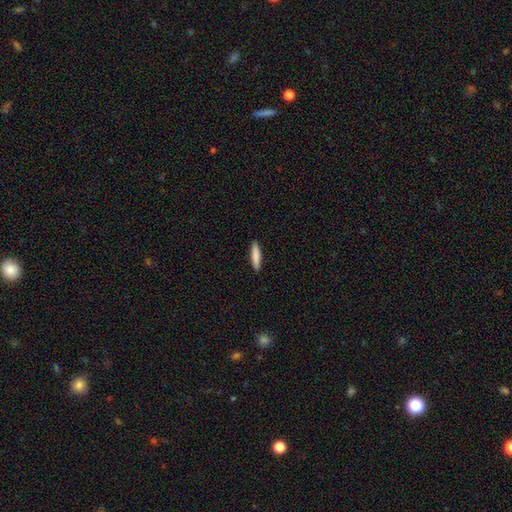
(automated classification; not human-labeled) smooth_or_featured: smooth (p=0.86) [alt: featured or disk p=0.08]
how_rounded: cigar-shaped (p=0.82) [alt: in between p=0.16]
merging: none (p=0.91) [alt: minor disturbance p=0.07]